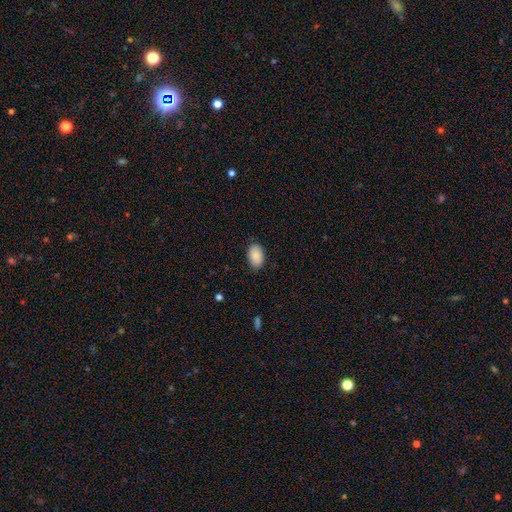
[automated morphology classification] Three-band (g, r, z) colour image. It shows a smooth galaxy with no disk features (89%) that is in between round and cigar-shaped (92%). Merging: none (85%).